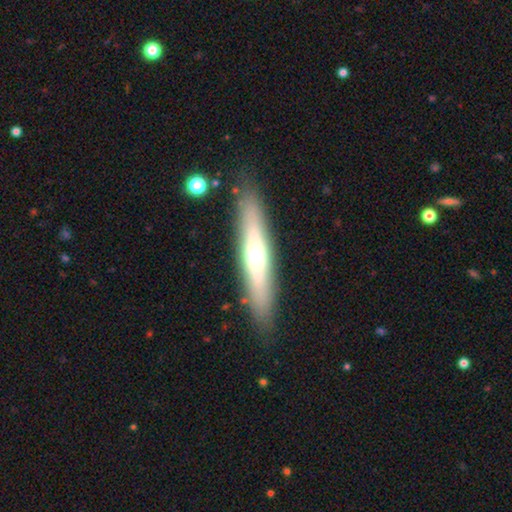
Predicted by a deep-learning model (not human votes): Smooth or featured? Predicted: featured or disk (p=0.52). Edge-on disk? Predicted: yes (p=0.84). Merging? Predicted: none (p=0.87).